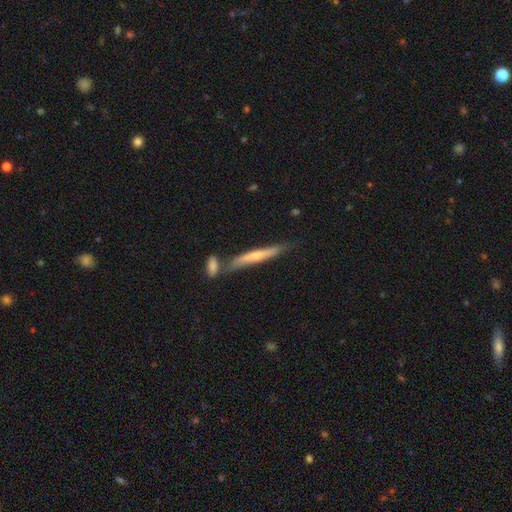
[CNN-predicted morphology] This appears to be a smooth galaxy with no disk features (49%). Merging: none (60%).